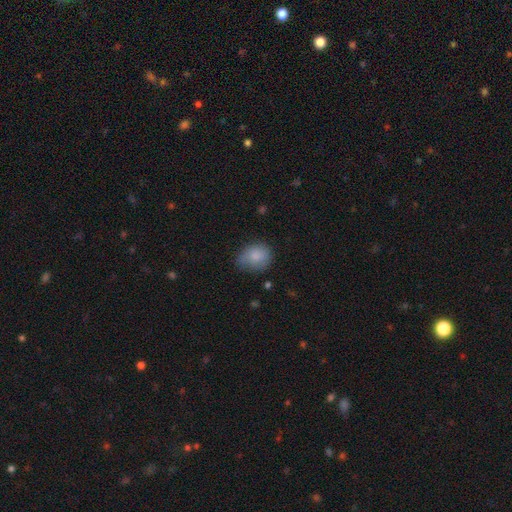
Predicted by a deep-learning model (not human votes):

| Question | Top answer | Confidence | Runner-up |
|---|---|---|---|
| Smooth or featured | smooth | 83% | featured or disk (9%) |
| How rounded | round | 56% | in between (43%) |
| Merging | none | 58% | minor disturbance (32%) |